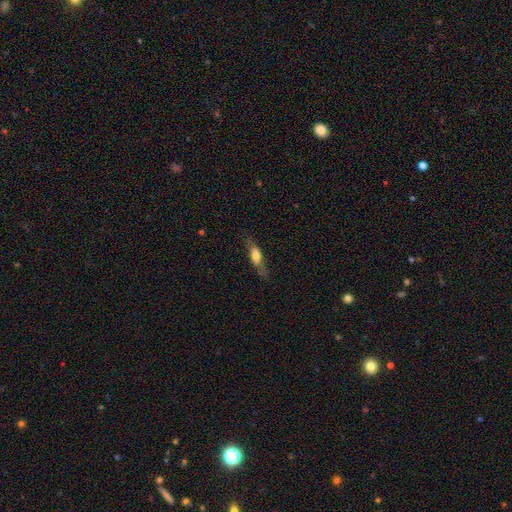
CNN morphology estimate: Smooth or featured? smooth (55%)
How rounded? cigar-shaped (49%)
Merging? none (68%)